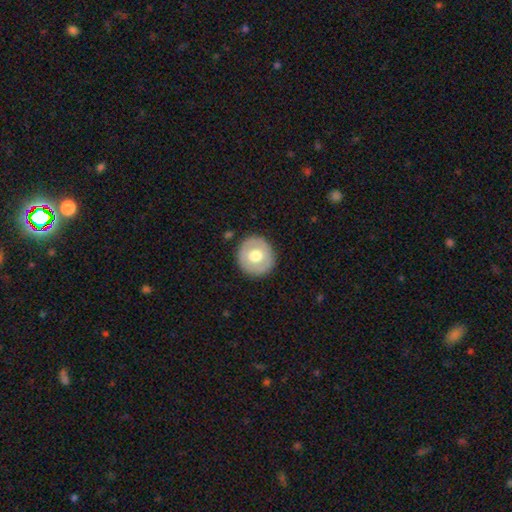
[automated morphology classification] smooth_or_featured: smooth (p=0.60) [alt: featured or disk p=0.34]
how_rounded: round (p=0.93) [alt: in between p=0.06]
merging: none (p=0.89) [alt: minor disturbance p=0.07]